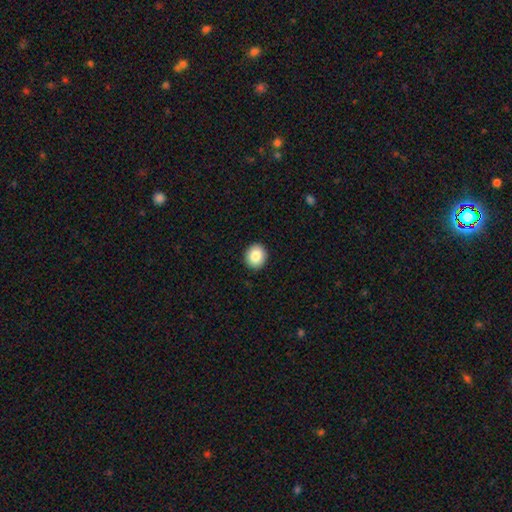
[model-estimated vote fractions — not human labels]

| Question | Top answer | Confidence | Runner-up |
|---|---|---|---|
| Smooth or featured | smooth | 86% | star or artifact (8%) |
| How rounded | round | 80% | in between (19%) |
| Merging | none | 92% | minor disturbance (5%) |